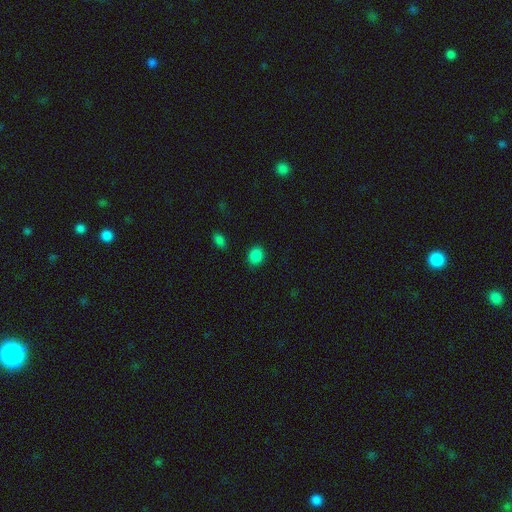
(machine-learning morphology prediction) Smooth or featured? smooth (86%)
How rounded? round (60%)
Merging? none (88%)